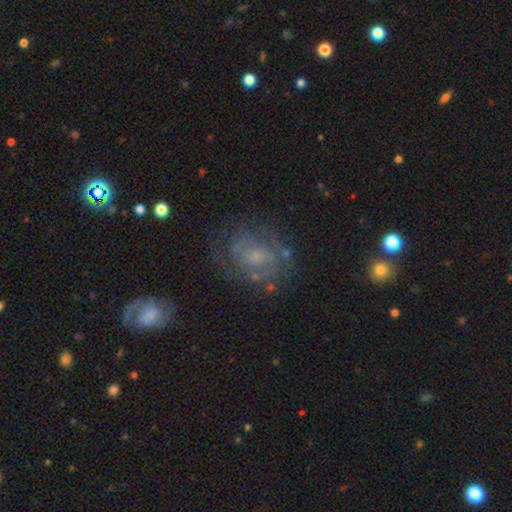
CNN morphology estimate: smooth-or-featured: featured or disk: 55% | smooth: 32% | star or artifact: 13%
  disk-edge-on: no: 97% | yes: 3%
    bar: no: 67% | weak: 28% | strong: 5%
    has-spiral-arms: yes: 66% | no: 34%
    bulge-size: small: 44% | moderate: 31% | none: 20% | large: 5% | dominant: 2%
  merging: none: 65% | minor disturbance: 19% | major disturbance: 13% | merger: 3%